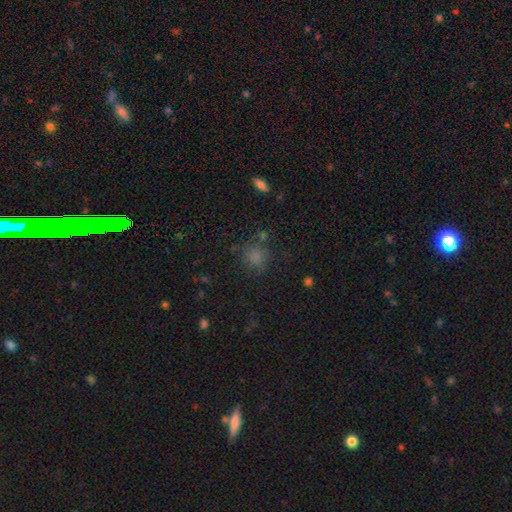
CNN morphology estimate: A smooth galaxy with no disk features (74%) that is round (84%).

Vote fractions:
- Smooth or featured? smooth: 74% / star or artifact: 19% / featured or disk: 7%
- How rounded? round: 84% / in between: 14% / cigar-shaped: 1%
- Merging? none: 72% / minor disturbance: 15% / merger: 7% / major disturbance: 7%